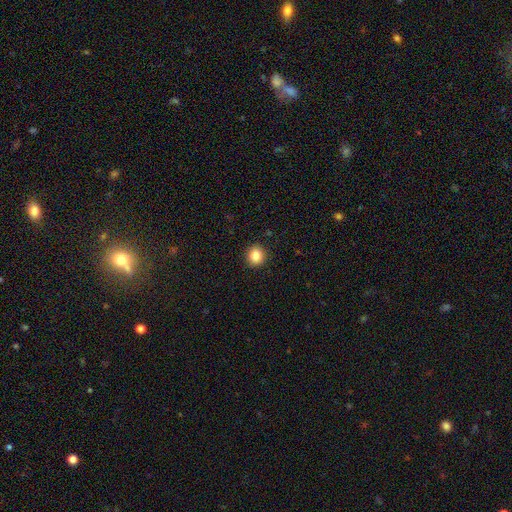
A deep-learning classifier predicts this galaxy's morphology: smooth-or-featured: smooth: 85% | star or artifact: 10% | featured or disk: 5%
  how-rounded: round: 87% | in between: 13% | cigar-shaped: 1%
  merging: none: 92% | minor disturbance: 5% | major disturbance: 2% | merger: 1%